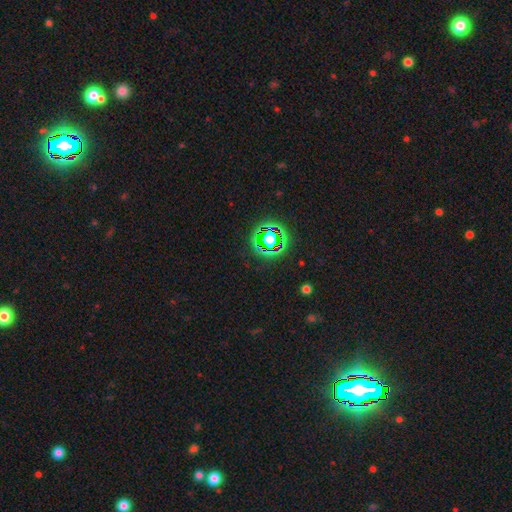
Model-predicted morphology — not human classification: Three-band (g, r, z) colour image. It shows a star or artifact, not a galaxy (78%).